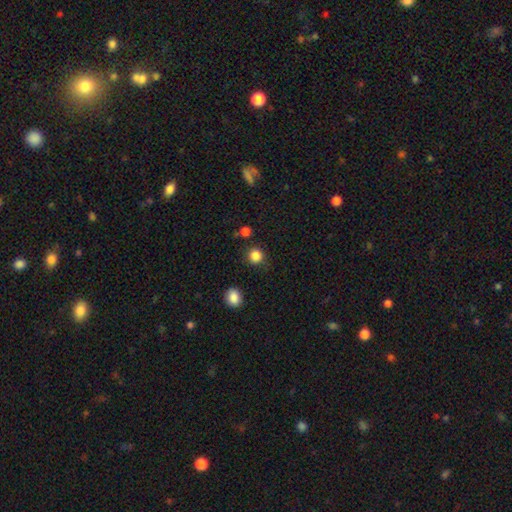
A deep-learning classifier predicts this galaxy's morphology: Smooth or featured? smooth (85%)
How rounded? round (91%)
Merging? none (85%)